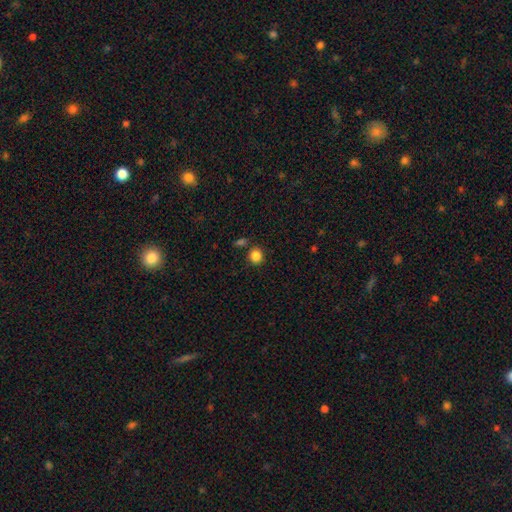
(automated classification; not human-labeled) Overall: smooth (86%). How rounded: round (87%). Merging: none (83%).